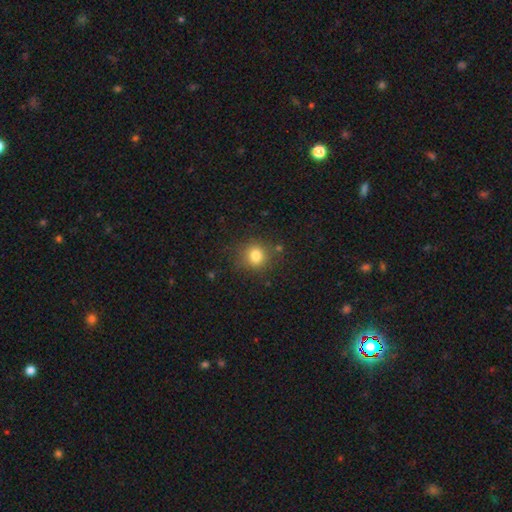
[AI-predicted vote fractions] Smooth or featured: smooth — 80% (star or artifact — 13%)
How rounded: round — 85% (in between — 14%)
Merging: none — 83% (minor disturbance — 11%)